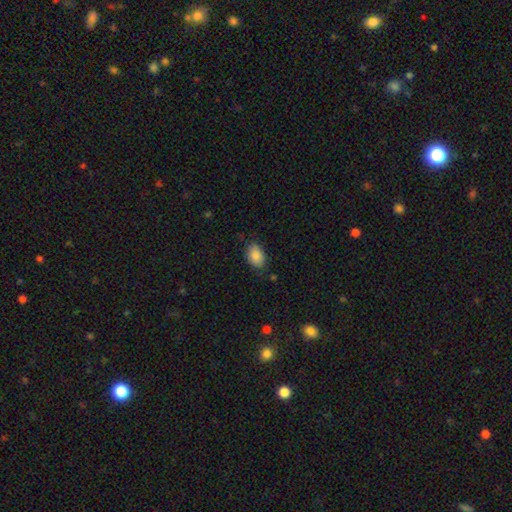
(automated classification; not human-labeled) Smooth or featured: smooth — 86% (star or artifact — 8%)
How rounded: in between — 86% (round — 13%)
Merging: none — 77% (minor disturbance — 18%)